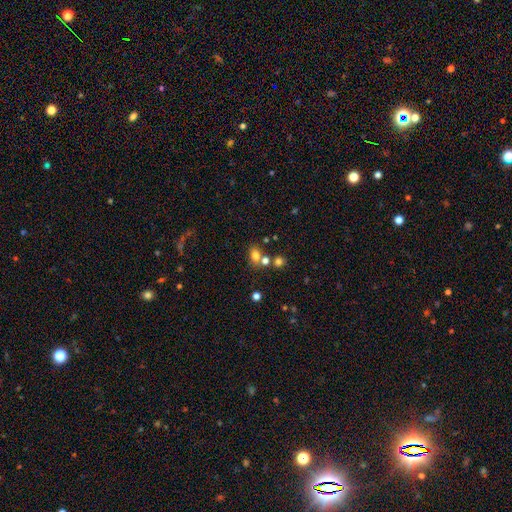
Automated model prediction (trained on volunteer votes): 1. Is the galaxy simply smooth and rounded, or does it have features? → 75% smooth, 16% star or artifact, 10% featured or disk.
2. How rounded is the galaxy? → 62% in between, 37% round, 2% cigar-shaped.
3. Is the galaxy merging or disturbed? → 56% none, 28% merger, 11% minor disturbance, 5% major disturbance.